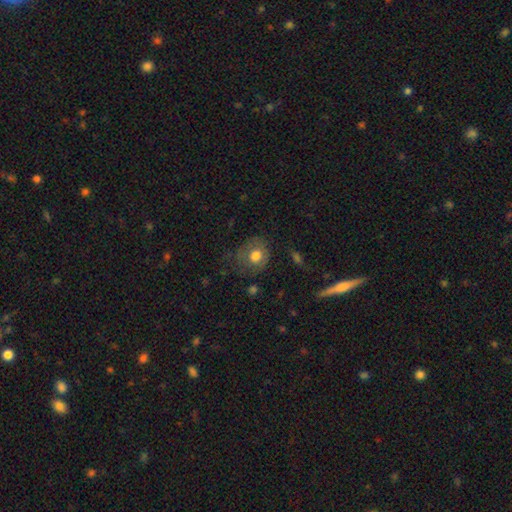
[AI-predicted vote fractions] Smooth or featured?
  - smooth: 72% *
  - featured or disk: 19%
  - star or artifact: 9%
How rounded?
  - round: 69% *
  - in between: 30%
  - cigar-shaped: 1%
Merging?
  - none: 60% *
  - minor disturbance: 24%
  - major disturbance: 14%
  - merger: 2%